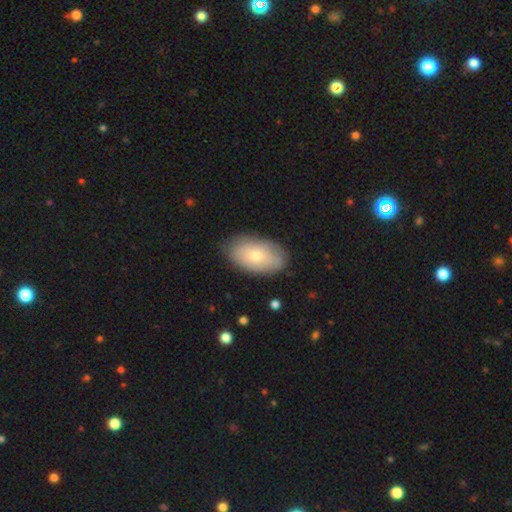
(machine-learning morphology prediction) type=smooth (71%); roundness=in between (94%); merging=none (80%).